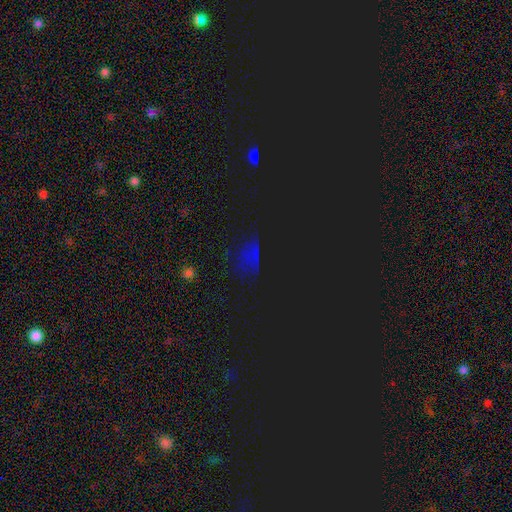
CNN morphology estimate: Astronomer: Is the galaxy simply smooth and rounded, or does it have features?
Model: star or artifact — 74%.